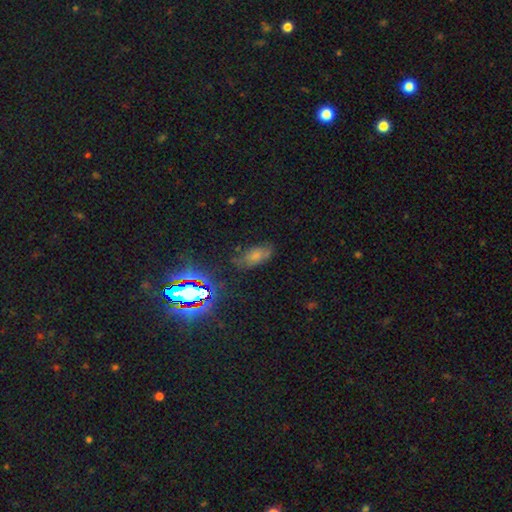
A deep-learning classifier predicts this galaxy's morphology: Smooth or featured? smooth (61%)
How rounded? in between (87%)
Merging? none (66%)